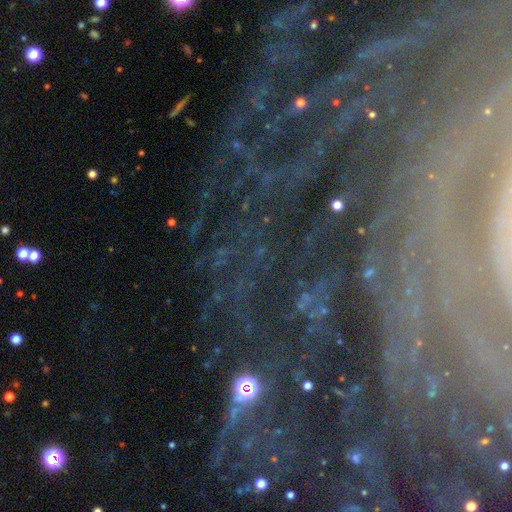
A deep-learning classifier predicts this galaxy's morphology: A star or artifact, not a galaxy (60%).